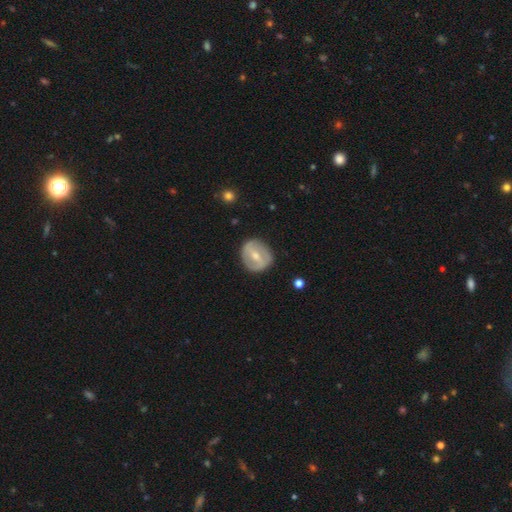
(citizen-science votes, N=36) Volunteers were most divided on "bar" (2-way tie): strong: 47%, weak: 47%, no: 5%. More confident: edge-on disk — no (100%); spiral arms — no (68%); merging — none (63%); smooth or featured — featured or disk (53%); bulge size — moderate (53%).